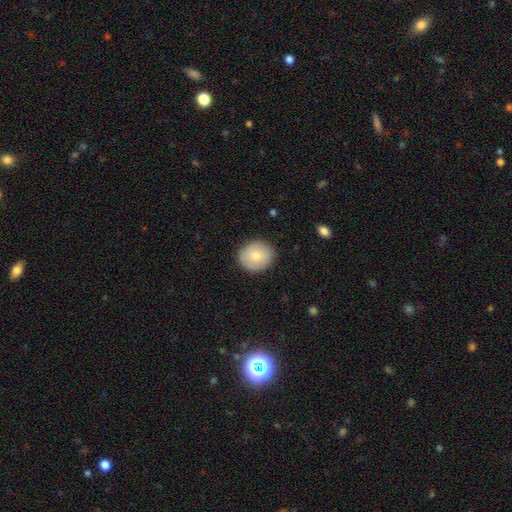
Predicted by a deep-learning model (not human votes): smooth_or_featured: smooth (p=0.77) [alt: featured or disk p=0.15]
how_rounded: round (p=0.78) [alt: in between p=0.21]
merging: none (p=0.87) [alt: minor disturbance p=0.09]